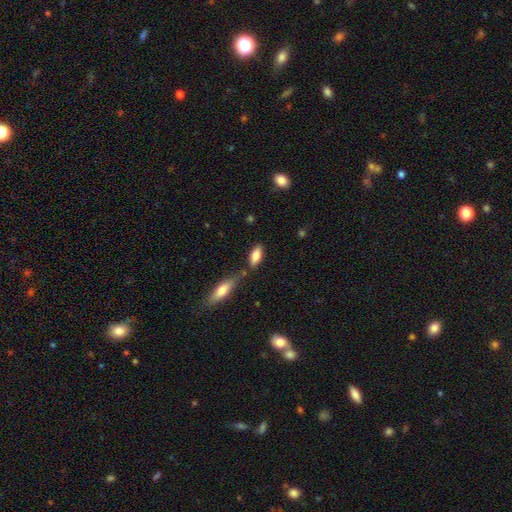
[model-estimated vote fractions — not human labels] A smooth galaxy with no disk features (79%) that is in between round and cigar-shaped (78%).

Vote fractions:
- Smooth or featured? smooth: 79% / featured or disk: 14% / star or artifact: 6%
- How rounded? in between: 78% / cigar-shaped: 20% / round: 2%
- Merging? none: 69% / minor disturbance: 14% / merger: 14% / major disturbance: 3%